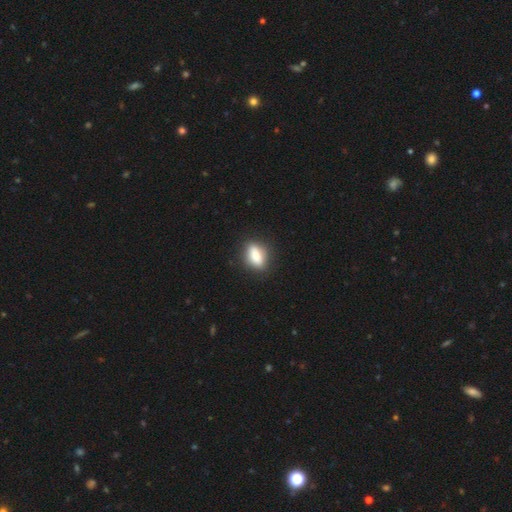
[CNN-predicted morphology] Q: Smooth or featured?
A: smooth (82%); runner-up: featured or disk (11%)
Q: How rounded?
A: in between (78%); runner-up: round (11%)
Q: Merging?
A: none (84%); runner-up: minor disturbance (12%)